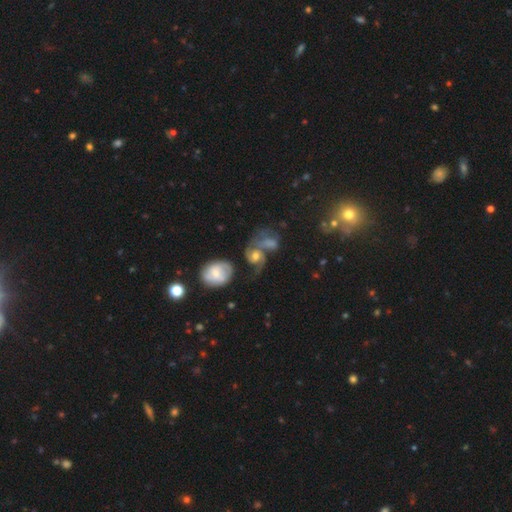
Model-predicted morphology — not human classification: smooth_or_featured: featured or disk (p=0.68) [alt: smooth p=0.22]
disk_edge_on: no (p=0.97) [alt: yes p=0.03]
bar: no (p=0.62) [alt: weak p=0.30]
has_spiral_arms: yes (p=0.85) [alt: no p=0.15]
spiral_winding: medium (p=0.42) [alt: loose p=0.40]
spiral_arm_count: 2 (p=0.67) [alt: 1 p=0.17]
bulge_size: moderate (p=0.53) [alt: small p=0.27]
merging: merger (p=0.37) [alt: none p=0.30]